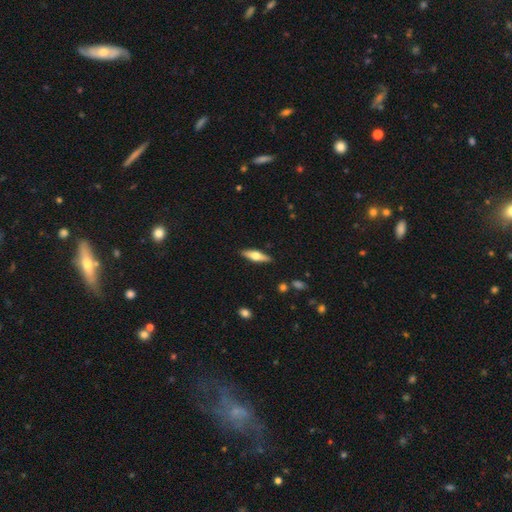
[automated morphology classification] Smooth or featured? Predicted: featured or disk (p=0.52). Edge-on disk? Predicted: yes (p=0.93). Merging? Predicted: none (p=0.89).